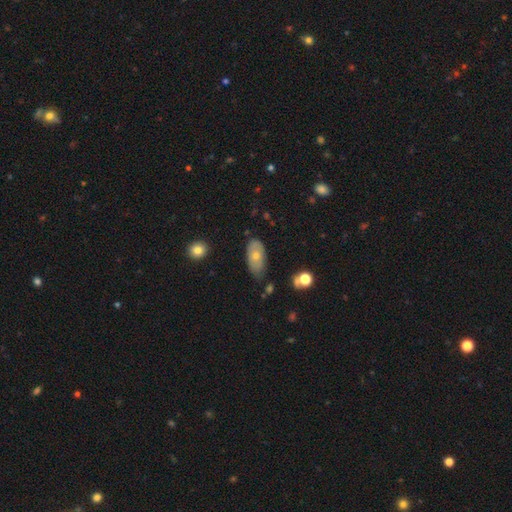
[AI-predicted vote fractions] A smooth galaxy with no disk features (59%) that is in between round and cigar-shaped (92%). Merging: none (60%).